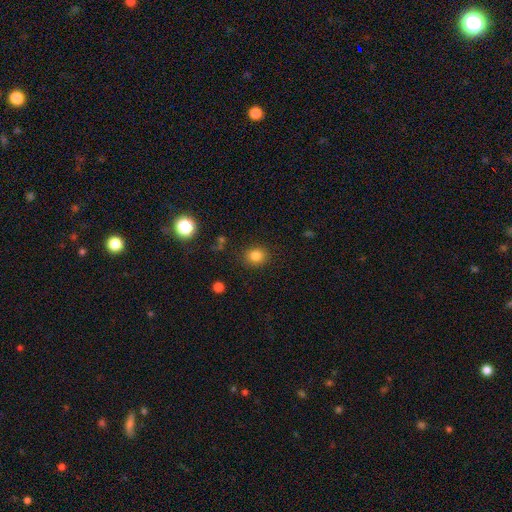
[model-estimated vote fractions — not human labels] Smooth or featured? smooth (82%)
How rounded? round (70%)
Merging? none (88%)